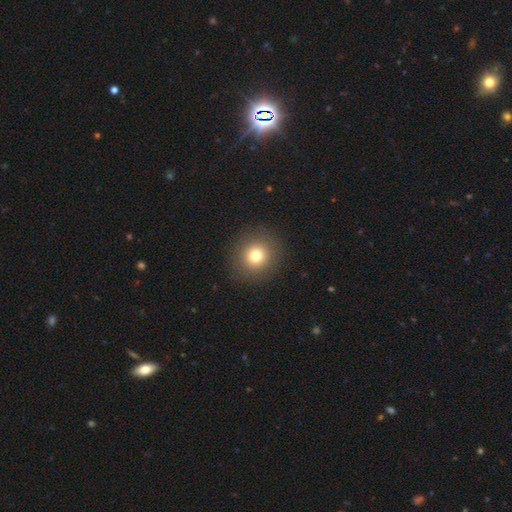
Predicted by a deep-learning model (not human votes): Smooth or featured? smooth (77%)
How rounded? round (91%)
Merging? none (91%)